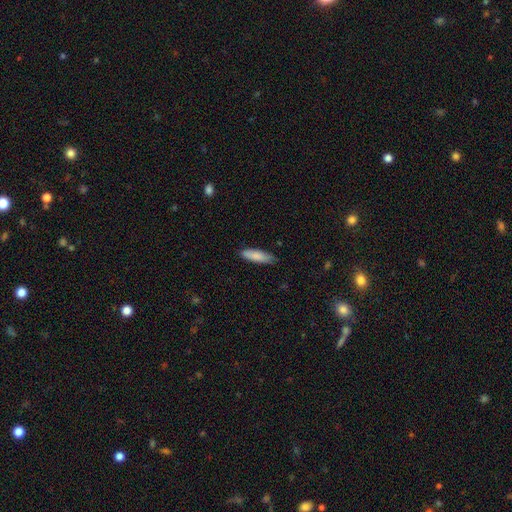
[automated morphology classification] Smooth or featured? smooth (85%)
How rounded? cigar-shaped (59%)
Merging? none (81%)